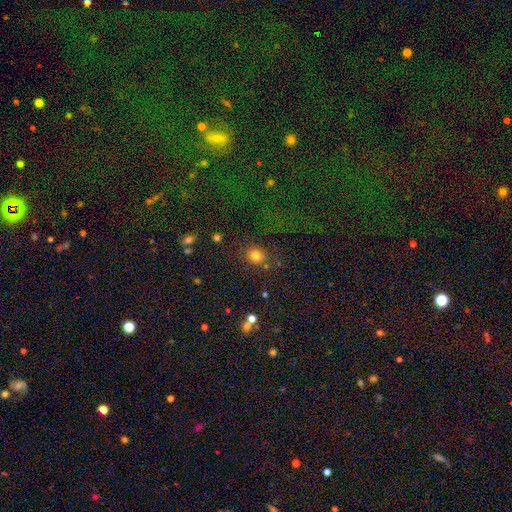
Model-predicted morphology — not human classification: type=smooth (77%); roundness=round (79%); merging=none (77%).